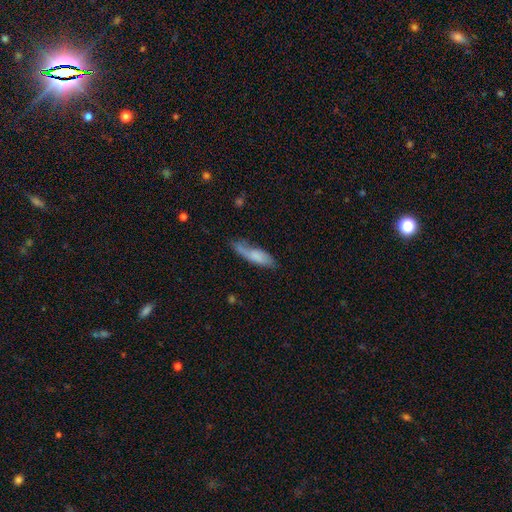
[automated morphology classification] Smooth or featured? smooth (68%)
How rounded? cigar-shaped (59%)
Merging? none (52%)